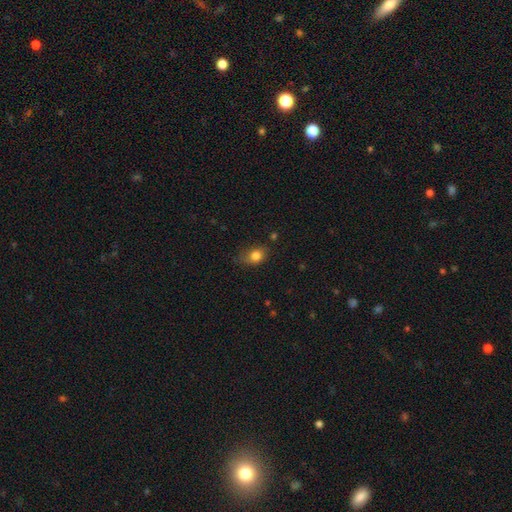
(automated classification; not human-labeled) smooth_or_featured: smooth (p=0.82) [alt: star or artifact p=0.10]
how_rounded: in between (p=0.63) [alt: round p=0.35]
merging: none (p=0.58) [alt: minor disturbance p=0.31]